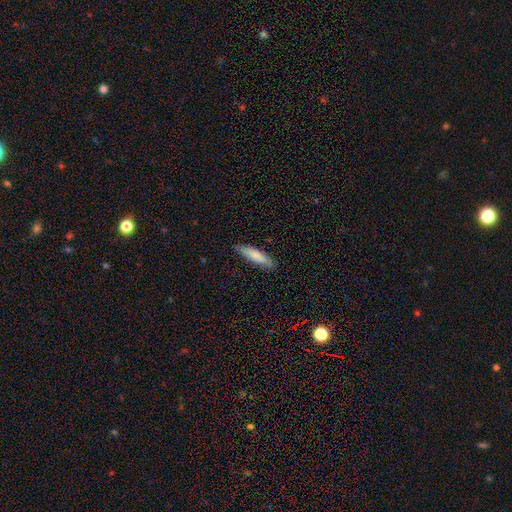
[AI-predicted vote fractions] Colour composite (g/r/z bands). It shows a smooth galaxy with no disk features (81%) that is cigar-shaped (77%). Merging: none (87%).